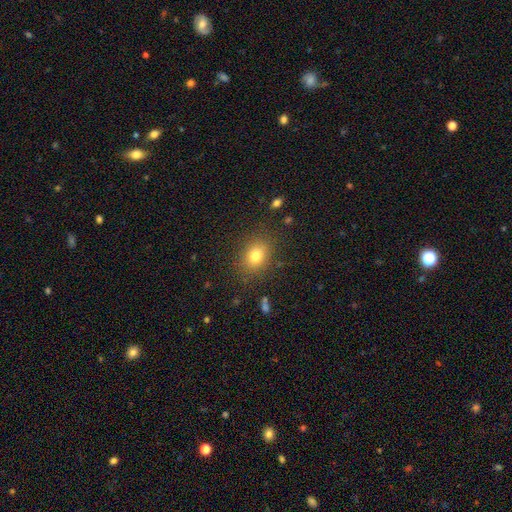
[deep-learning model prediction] smooth 79%, star or artifact 12%, featured or disk 9%. Down the decision tree: how rounded — in between (52%); merging — none (84%).